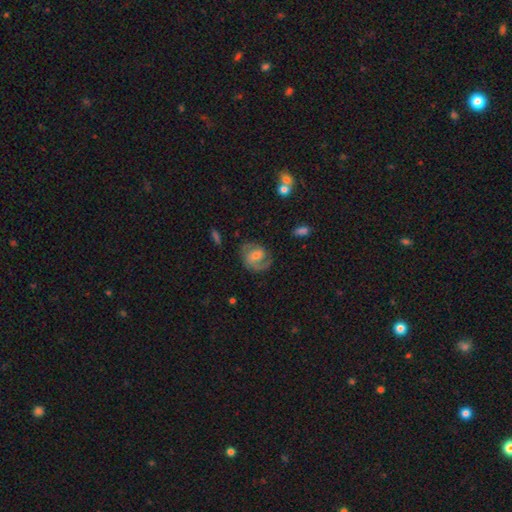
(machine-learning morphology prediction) This is likely a featured or disk galaxy (72%). It is clearly not viewed edge-on (97%). Bar: possibly weak (47%). Spiral arm pattern: clearly yes (91%). Spiral arm count: likely 2 (69%). Spiral winding: possibly medium (48%). Central bulge: marginally moderate (43%). Merging: likely none (71%).